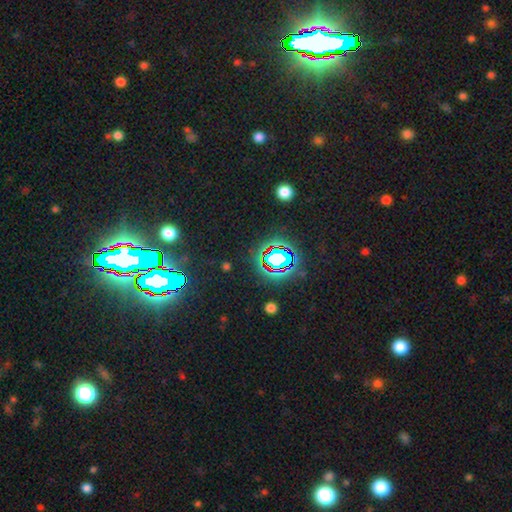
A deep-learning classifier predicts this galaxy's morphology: A star or artifact, not a galaxy (83%).

Vote fractions:
- Smooth or featured? star or artifact: 83% / smooth: 9% / featured or disk: 8%